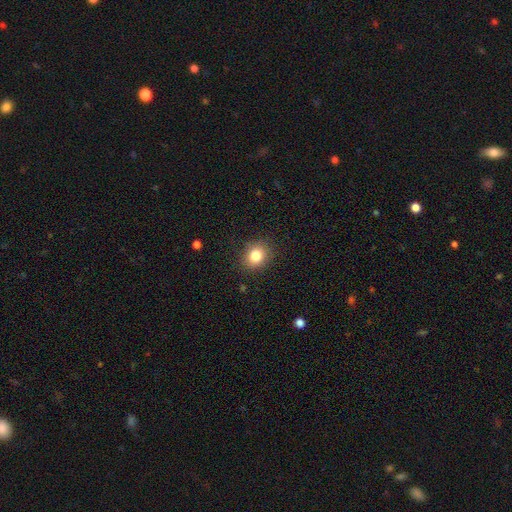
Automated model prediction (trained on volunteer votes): The model was most divided on "how rounded": round: 66%, in between: 33%, cigar-shaped: 1%. More confident: merging — none (87%); smooth or featured — smooth (83%).